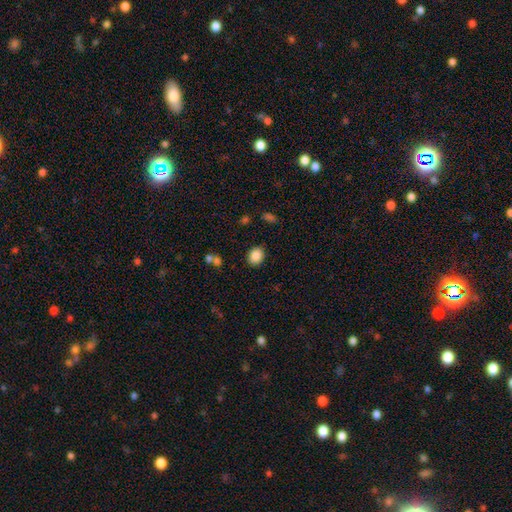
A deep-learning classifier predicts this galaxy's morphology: Q: Smooth or featured?
A: smooth (86%); runner-up: star or artifact (9%)
Q: How rounded?
A: round (58%); runner-up: in between (41%)
Q: Merging?
A: none (87%); runner-up: minor disturbance (8%)